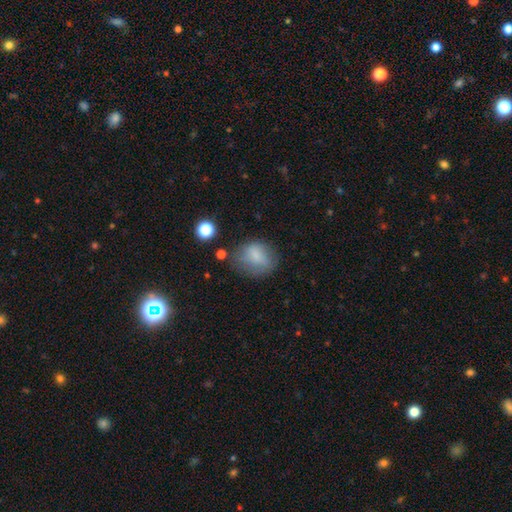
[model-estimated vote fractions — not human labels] Smooth or featured? smooth (75%)
How rounded? round (58%)
Merging? none (54%)